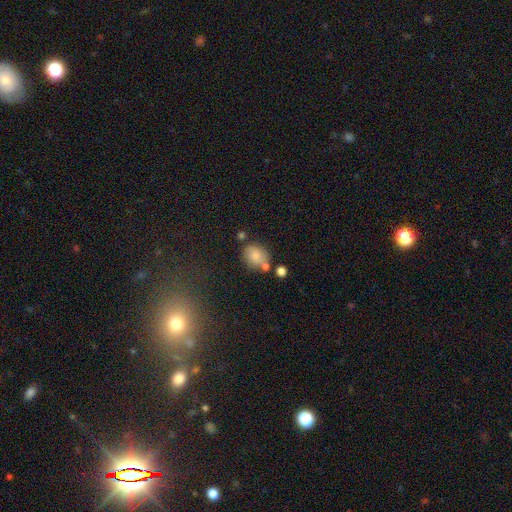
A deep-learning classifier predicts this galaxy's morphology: Smooth or featured?
  - smooth: 79% *
  - featured or disk: 11%
  - star or artifact: 10%
How rounded?
  - round: 53% *
  - in between: 46%
  - cigar-shaped: 1%
Merging?
  - none: 63% *
  - minor disturbance: 17%
  - merger: 15%
  - major disturbance: 5%